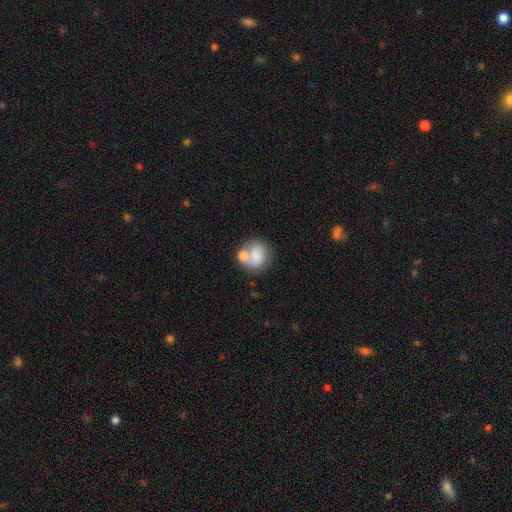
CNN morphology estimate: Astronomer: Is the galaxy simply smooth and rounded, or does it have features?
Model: smooth — 72%.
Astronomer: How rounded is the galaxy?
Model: round — 68%.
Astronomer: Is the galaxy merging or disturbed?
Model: merger — 41% (runner-up: none, 37%).